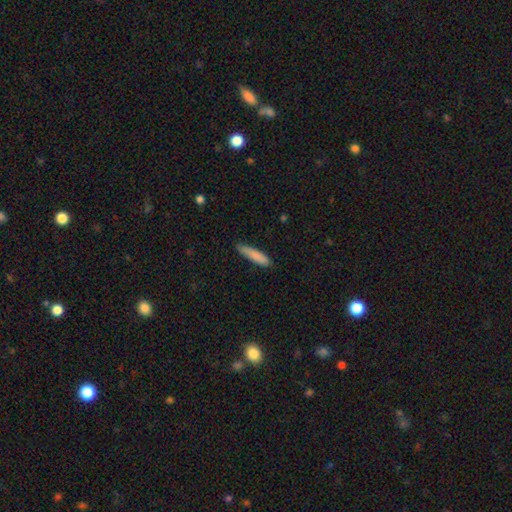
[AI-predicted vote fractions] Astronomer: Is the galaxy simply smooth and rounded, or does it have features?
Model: smooth — 85%.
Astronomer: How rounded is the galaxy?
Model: cigar-shaped — 81%.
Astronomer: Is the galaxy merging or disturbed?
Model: none — 79%.